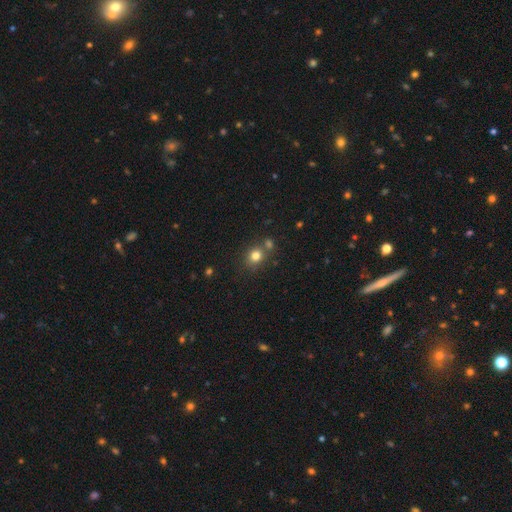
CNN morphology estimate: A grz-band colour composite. It shows a smooth galaxy with no disk features (79%) that is round (77%). Merging: none (68%).